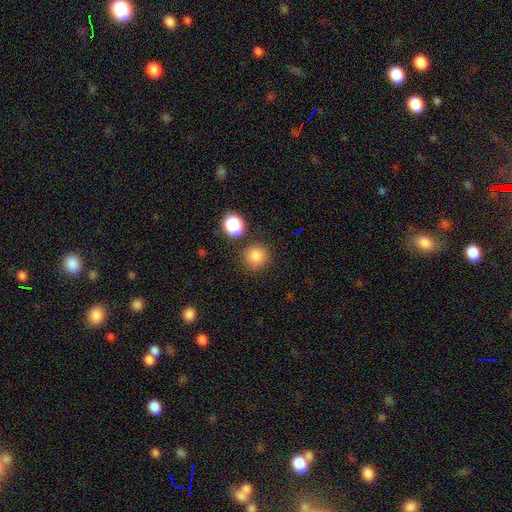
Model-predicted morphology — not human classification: A smooth galaxy with no disk features (82%) that is round (93%).

Vote fractions:
- Smooth or featured? smooth: 82% / star or artifact: 13% / featured or disk: 5%
- How rounded? round: 93% / in between: 6% / cigar-shaped: 1%
- Merging? none: 84% / minor disturbance: 8% / merger: 5% / major disturbance: 3%